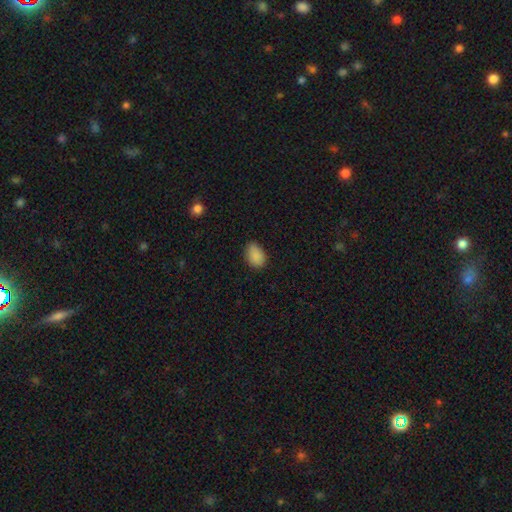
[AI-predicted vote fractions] Overall: smooth (88%). How rounded: in between (84%). Merging: none (77%).